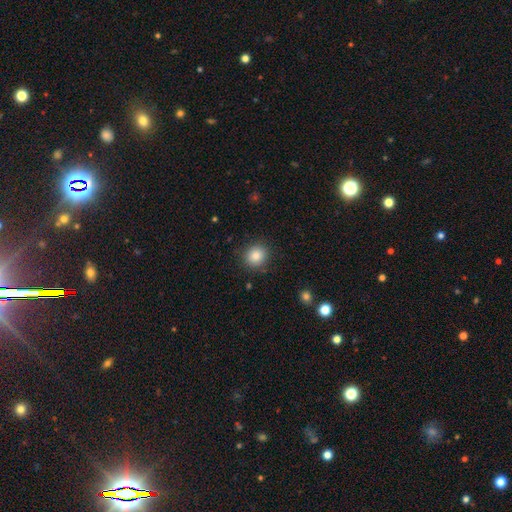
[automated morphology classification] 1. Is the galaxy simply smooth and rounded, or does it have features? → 85% smooth, 10% star or artifact, 5% featured or disk.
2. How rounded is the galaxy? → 85% round, 14% in between, 1% cigar-shaped.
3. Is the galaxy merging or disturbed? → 87% none, 9% minor disturbance, 3% major disturbance, 1% merger.